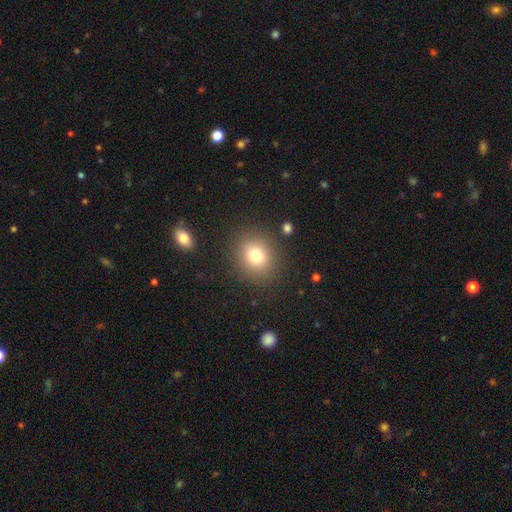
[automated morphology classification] Smooth or featured? Predicted: smooth (p=0.77). How rounded? Predicted: round (p=0.73). Merging? Predicted: none (p=0.86).